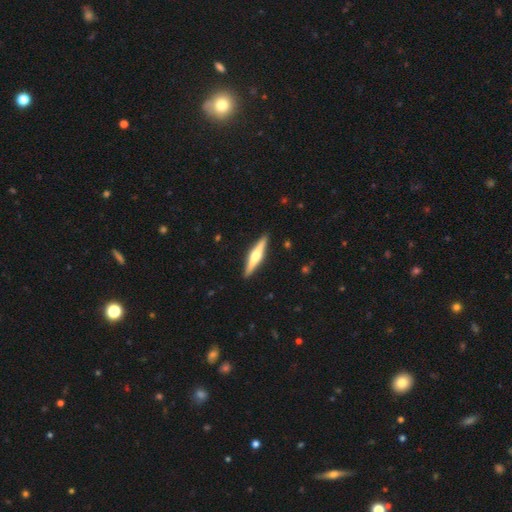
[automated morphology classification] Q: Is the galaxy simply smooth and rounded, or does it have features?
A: featured or disk — 69%.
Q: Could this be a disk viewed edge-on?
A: yes — 98%.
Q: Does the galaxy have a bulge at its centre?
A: rounded — 93%.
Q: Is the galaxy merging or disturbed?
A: none — 91%.